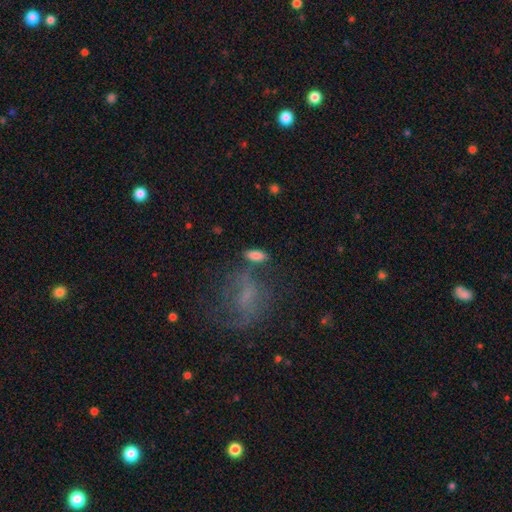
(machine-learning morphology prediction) smooth 82%, featured or disk 9%, star or artifact 9%. Down the decision tree: how rounded — in between (77%); merging — none (72%).